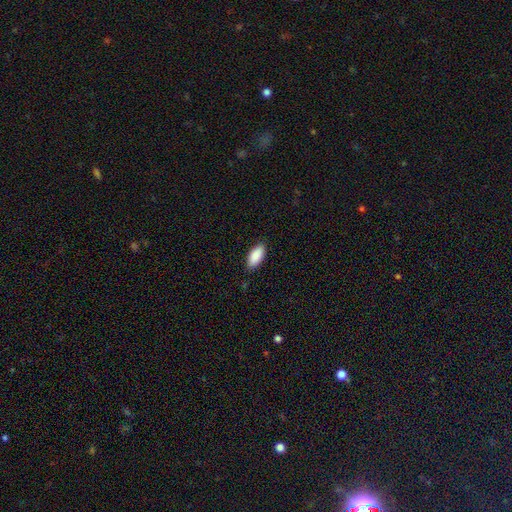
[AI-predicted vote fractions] Overall: smooth (90%). How rounded: in between (89%). Merging: none (87%).